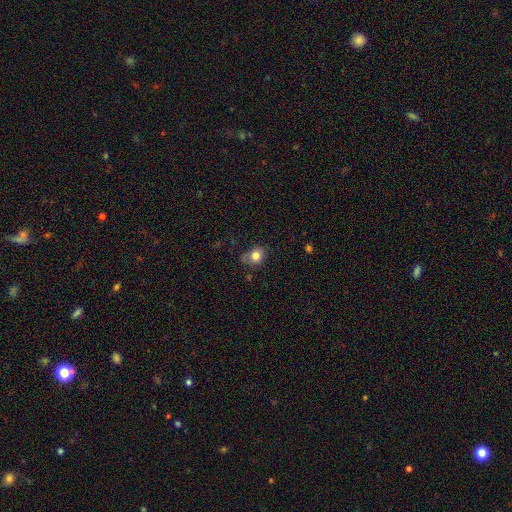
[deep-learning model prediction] Morphology: type=smooth (81%); roundness=round (54%); merging=none (65%).